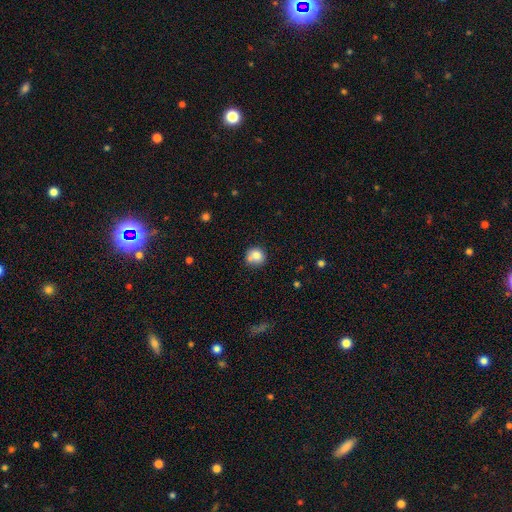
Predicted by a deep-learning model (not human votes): smooth-or-featured: smooth: 79% | featured or disk: 11% | star or artifact: 10%
  how-rounded: round: 80% | in between: 19% | cigar-shaped: 1%
  merging: none: 55% | merger: 23% | minor disturbance: 17% | major disturbance: 5%